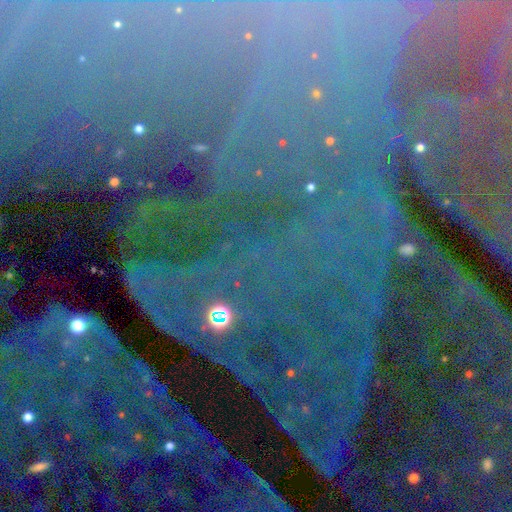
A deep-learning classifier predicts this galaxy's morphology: Q: Smooth or featured?
A: star or artifact (86%); runner-up: featured or disk (8%)